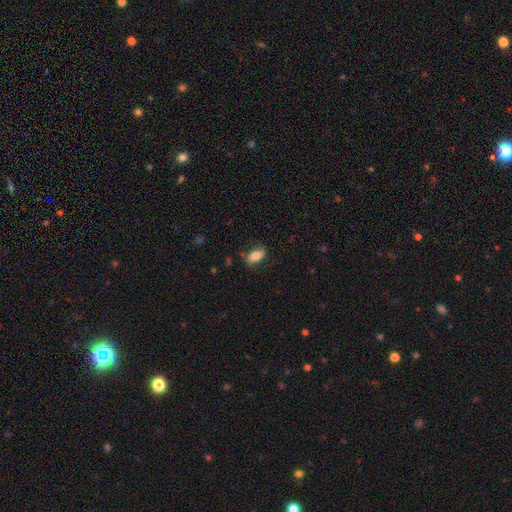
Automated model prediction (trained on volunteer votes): smooth-or-featured: smooth: 70% | featured or disk: 23% | star or artifact: 7%
  how-rounded: in between: 89% | cigar-shaped: 6% | round: 5%
  merging: none: 70% | minor disturbance: 22% | major disturbance: 7% | merger: 2%